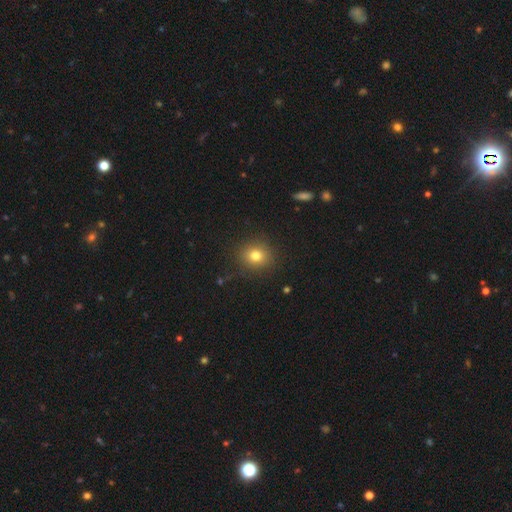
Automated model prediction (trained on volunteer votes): Morphology: type=smooth (78%); roundness=round (79%); merging=none (88%).